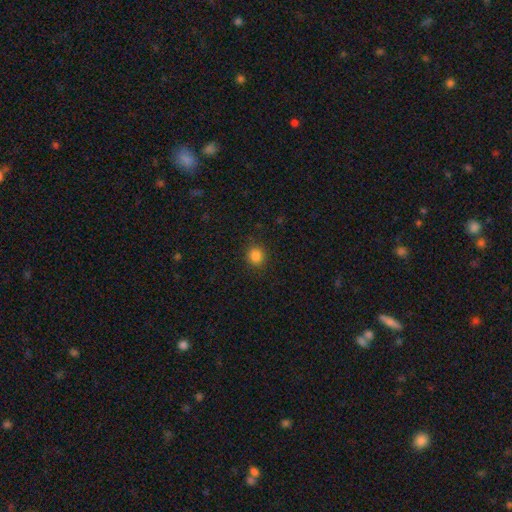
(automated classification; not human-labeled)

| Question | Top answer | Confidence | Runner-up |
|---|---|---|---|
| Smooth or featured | smooth | 84% | star or artifact (12%) |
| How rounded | round | 84% | in between (15%) |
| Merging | none | 89% | minor disturbance (7%) |